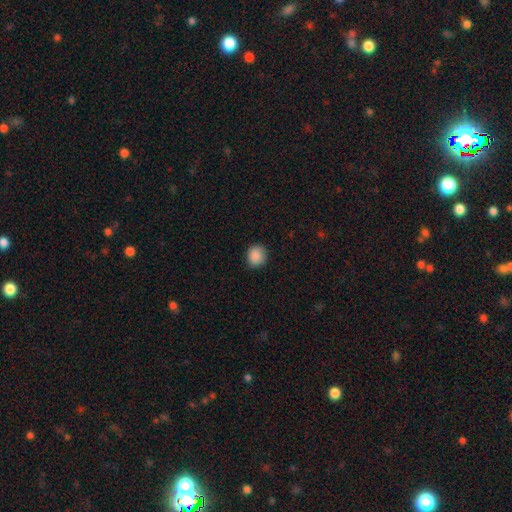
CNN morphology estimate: smooth-or-featured: smooth: 89% | star or artifact: 8% | featured or disk: 3%
  how-rounded: round: 88% | in between: 11% | cigar-shaped: 1%
  merging: none: 88% | minor disturbance: 9% | major disturbance: 2% | merger: 1%